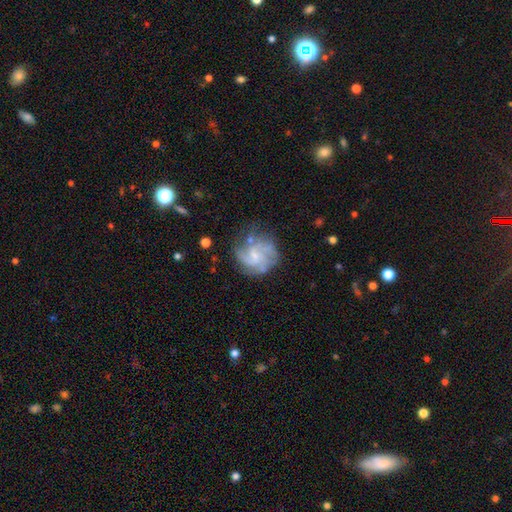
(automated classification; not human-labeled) Overall: featured or disk (73%). Edge-on disk: no (98%). Bar: no (52%; weak 41%). Spiral arms: yes (86%). Spiral arm count: can't tell (31%; 3 26%). Spiral winding: medium (45%; tight 34%). Bulge size: small (57%; moderate 24%). Merging: none (57%; minor disturbance 23%).